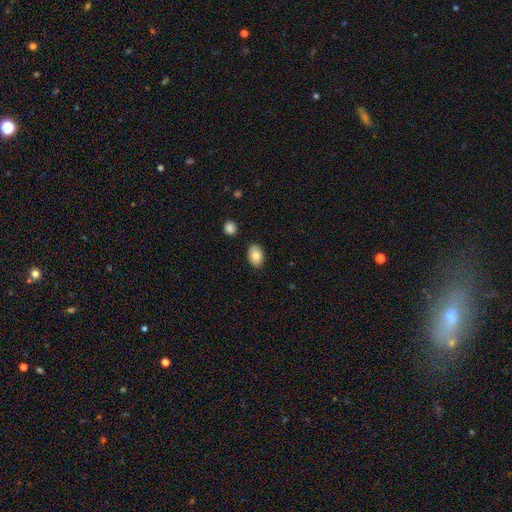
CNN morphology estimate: Q: Smooth or featured?
A: smooth (85%); runner-up: featured or disk (8%)
Q: How rounded?
A: in between (88%); runner-up: round (11%)
Q: Merging?
A: none (86%); runner-up: minor disturbance (10%)